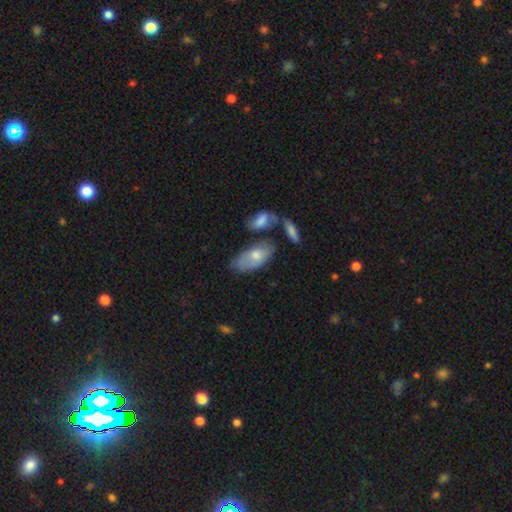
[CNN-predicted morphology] smooth 65%, featured or disk 29%, star or artifact 6%. Down the decision tree: how rounded — in between (89%); merging — none (49%).